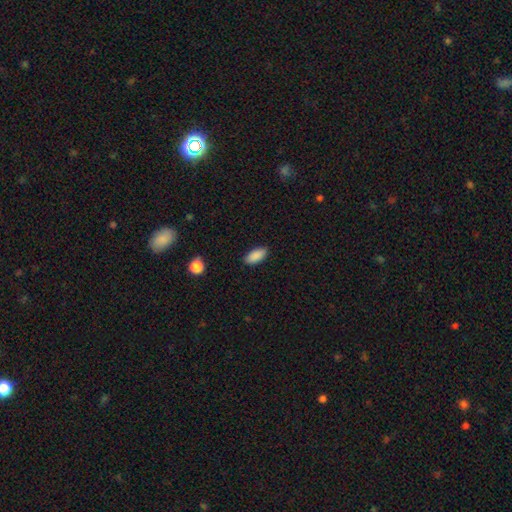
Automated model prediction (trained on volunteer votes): This appears to be a smooth galaxy with no disk features (89%) that is in between round and cigar-shaped (90%). Merging: none (87%).